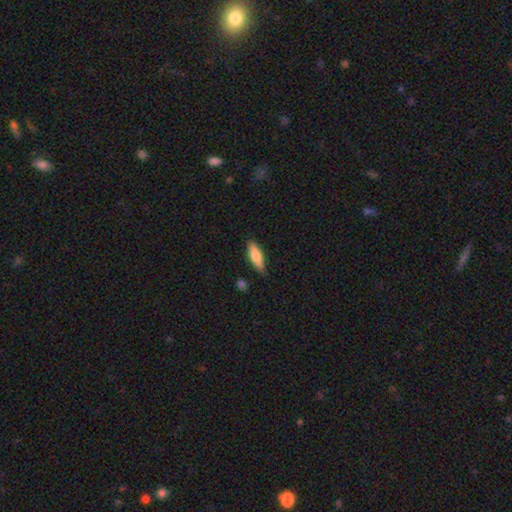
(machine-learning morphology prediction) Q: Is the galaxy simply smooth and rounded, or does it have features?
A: smooth — 77%.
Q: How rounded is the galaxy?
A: in between — 50%.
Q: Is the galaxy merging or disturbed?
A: none — 80%.